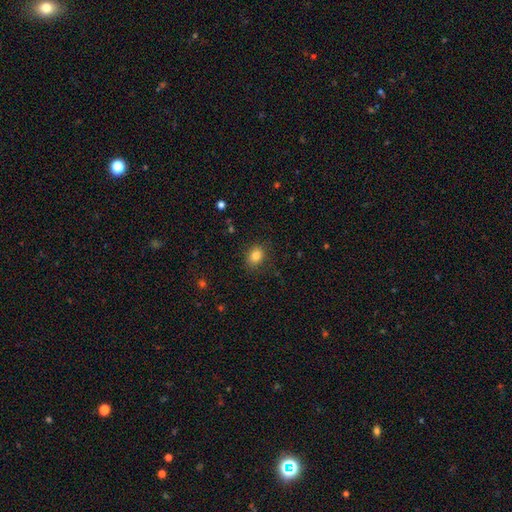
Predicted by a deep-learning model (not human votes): A smooth galaxy with no disk features (84%) that is in between round and cigar-shaped (52%).

Vote fractions:
- Smooth or featured? smooth: 84% / star or artifact: 11% / featured or disk: 6%
- How rounded? in between: 52% / round: 47% / cigar-shaped: 1%
- Merging? none: 85% / minor disturbance: 11% / major disturbance: 3% / merger: 1%